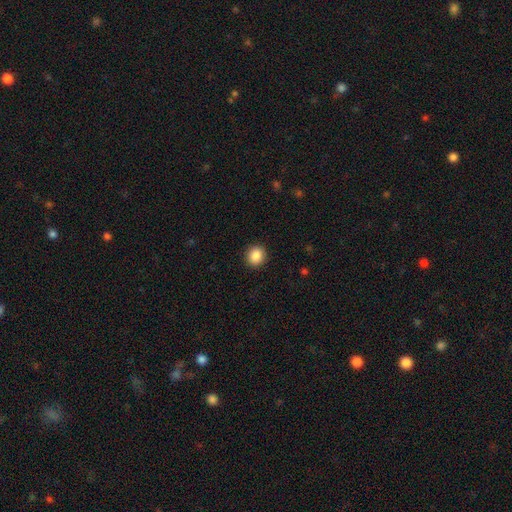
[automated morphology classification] Smooth or featured: smooth — 87% (star or artifact — 9%)
How rounded: round — 86% (in between — 13%)
Merging: none — 92% (minor disturbance — 5%)